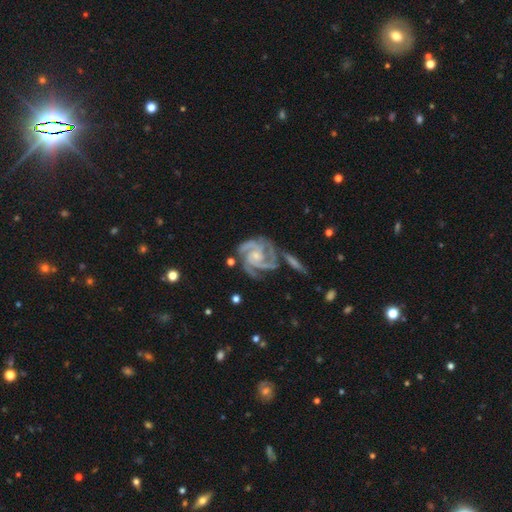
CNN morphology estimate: type=featured or disk (94%); edge-on=no (98%); bar=no (63%); spiral arms=yes (99%); winding=tight (63%); arm count=3 (59%); bulge=small (67%); merging=none (63%).